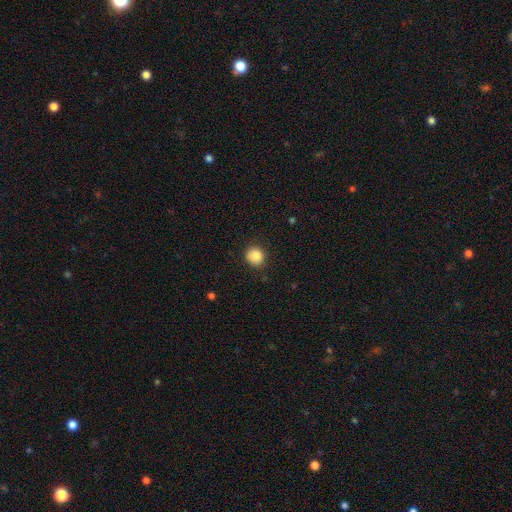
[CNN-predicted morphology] A smooth galaxy with no disk features (85%) that is round (84%). Merging: none (84%).